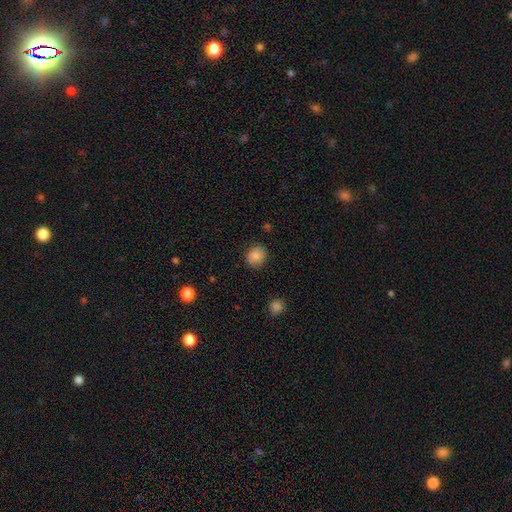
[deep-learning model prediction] This appears to be a smooth galaxy with no disk features (84%) that is round (81%). Merging: none (84%).